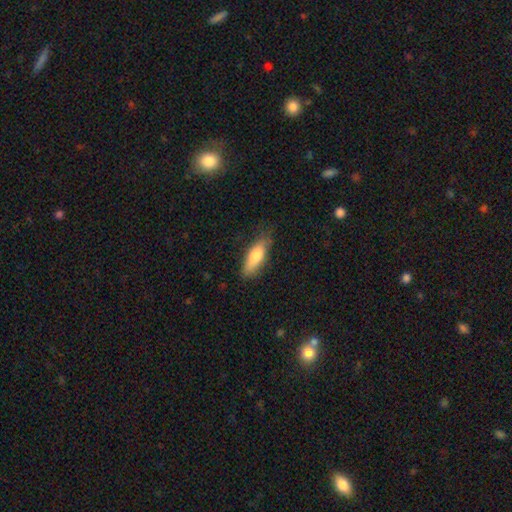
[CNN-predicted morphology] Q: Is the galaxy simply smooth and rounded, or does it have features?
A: smooth — 75%.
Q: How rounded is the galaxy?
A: in between — 58%.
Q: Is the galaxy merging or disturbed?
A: none — 73%.